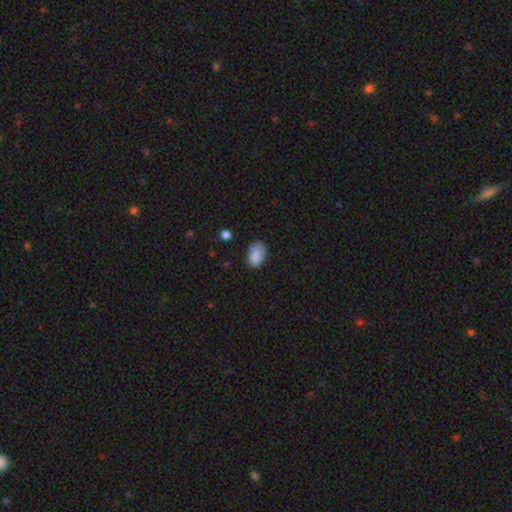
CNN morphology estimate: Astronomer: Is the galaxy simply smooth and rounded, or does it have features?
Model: smooth — 83%.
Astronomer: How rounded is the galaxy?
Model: in between — 83%.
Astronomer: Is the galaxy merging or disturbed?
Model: none — 62%.